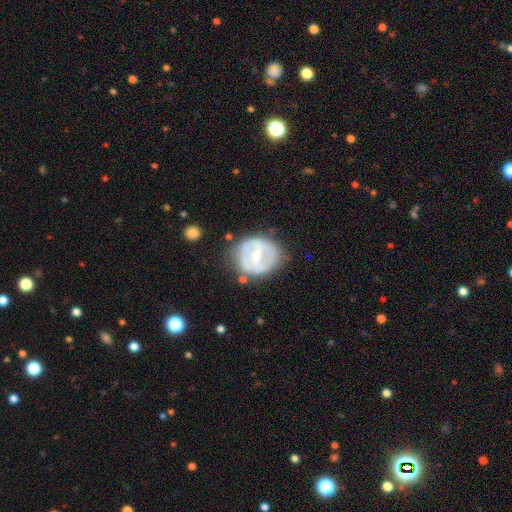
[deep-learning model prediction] A featured or disk galaxy (67%) with a strong bar (40%, tied with weak), no spiral arms (62%) and a moderate central bulge (51%).

Vote fractions:
- Smooth or featured? featured or disk: 67% / smooth: 26% / star or artifact: 6%
- Edge-on disk? no: 95% / yes: 5%
- Bar? strong: 40% (tied) / weak: 40% (tied) / no: 20%
- Spiral arms? no: 62% / yes: 38%
- Bulge size? moderate: 51% / small: 44% / none: 2% / large: 2% / dominant: 1%
- Merging? none: 68% / minor disturbance: 21% / major disturbance: 9% / merger: 3%